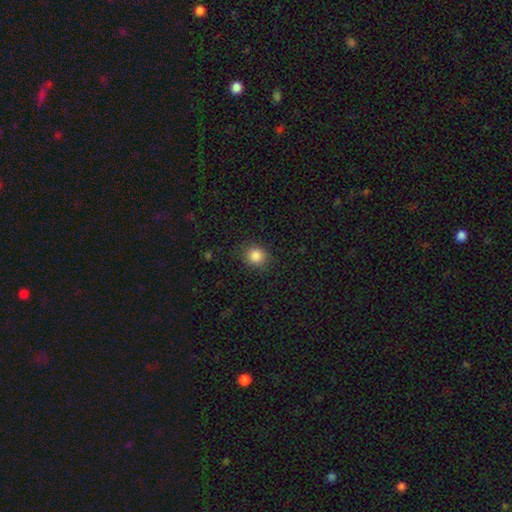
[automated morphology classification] This is clearly a smooth galaxy (86%). How rounded: clearly round (83%). Merging: clearly none (85%).